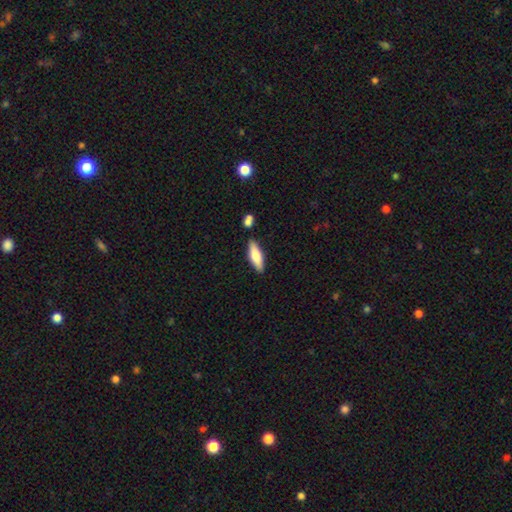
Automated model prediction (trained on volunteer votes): A smooth galaxy with no disk features (70%) that is cigar-shaped (52%).

Vote fractions:
- Smooth or featured? smooth: 70% / featured or disk: 24% / star or artifact: 6%
- How rounded? cigar-shaped: 52% / in between: 46% / round: 2%
- Merging? none: 82% / minor disturbance: 11% / merger: 5% / major disturbance: 2%